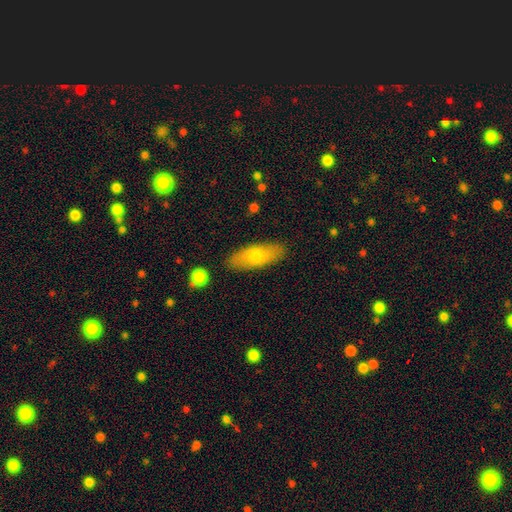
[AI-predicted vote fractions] smooth-or-featured: smooth: 69% | featured or disk: 25% | star or artifact: 6%
  how-rounded: in between: 71% | cigar-shaped: 26% | round: 3%
  merging: none: 86% | minor disturbance: 10% | major disturbance: 2% | merger: 2%